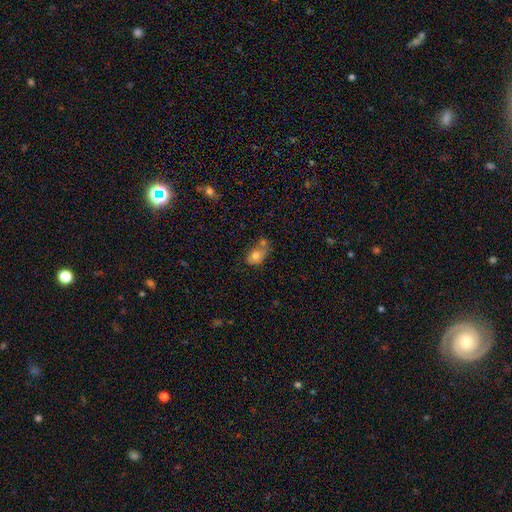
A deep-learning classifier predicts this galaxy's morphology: This is likely a smooth galaxy (76%). How rounded: likely in between (72%). Merging: marginally merger (36%).